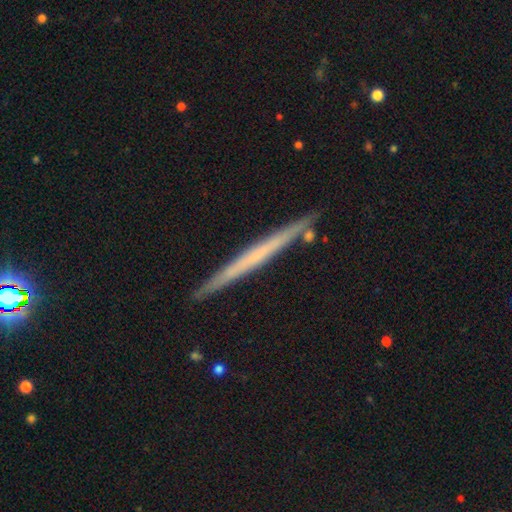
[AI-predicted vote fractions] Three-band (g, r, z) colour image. It shows a featured or disk galaxy (58%) viewed edge-on (97%) with no central bulge (89%). Merging: none (90%).